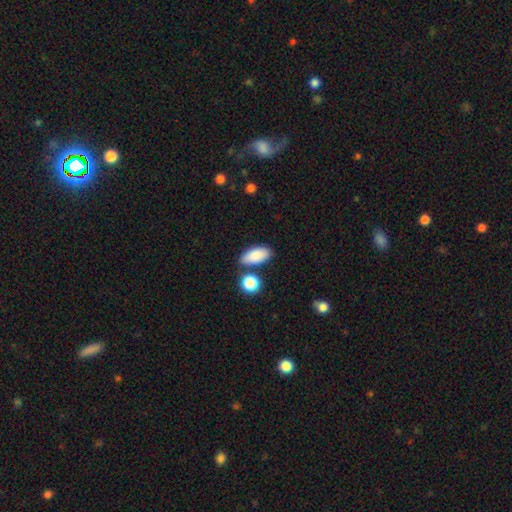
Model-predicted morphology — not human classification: Smooth or featured? Predicted: smooth (p=0.86). How rounded? Predicted: in between (p=0.89). Merging? Predicted: none (p=0.71).